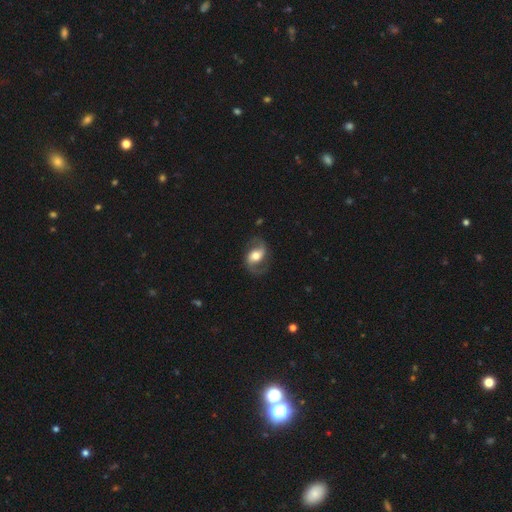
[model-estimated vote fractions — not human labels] Smooth or featured?
  - featured or disk: 81% *
  - smooth: 13%
  - star or artifact: 6%
Edge-on disk?
  - no: 97% *
  - yes: 3%
Bar?
  - weak: 40% *
  - no: 35%
  - strong: 25%
Spiral arms?
  - yes: 93% *
  - no: 7%
Spiral winding?
  - loose: 48% *
  - medium: 42%
  - tight: 10%
Spiral arm count?
  - 2: 92% *
  - can't tell: 2%
  - 1: 2%
  - 3: 1%
  - 4: 1%
  - more than 4: 1%
Bulge size?
  - moderate: 64% *
  - large: 22%
  - small: 11%
  - dominant: 2%
  - none: 1%
Merging?
  - none: 77% *
  - minor disturbance: 14%
  - major disturbance: 7%
  - merger: 1%